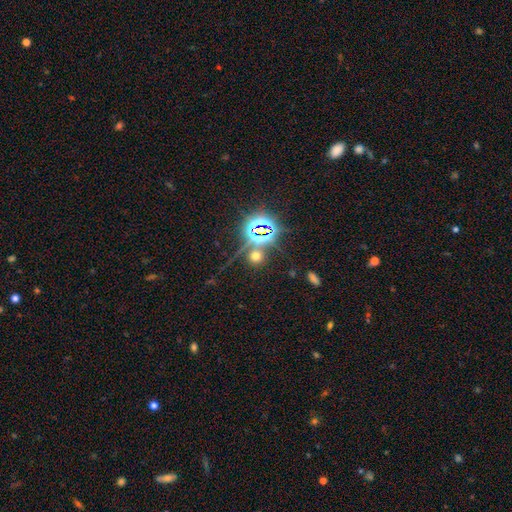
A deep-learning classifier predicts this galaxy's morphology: type=star or artifact (47%).